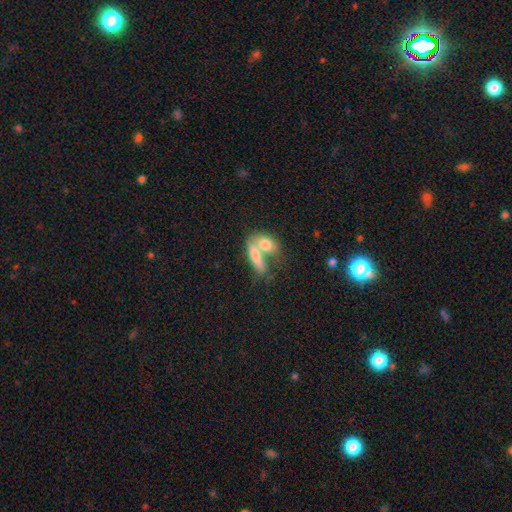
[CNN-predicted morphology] smooth_or_featured: smooth (p=0.71) [alt: featured or disk p=0.23]
how_rounded: in between (p=0.64) [alt: cigar-shaped p=0.29]
merging: merger (p=0.64) [alt: none p=0.23]